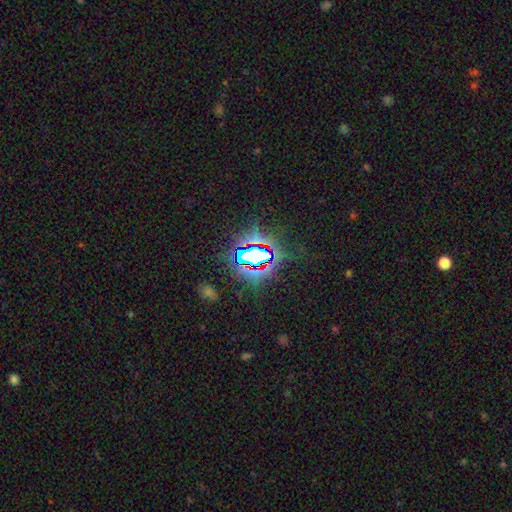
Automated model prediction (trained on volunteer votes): Smooth or featured?
  - star or artifact: 74% *
  - smooth: 14%
  - featured or disk: 12%